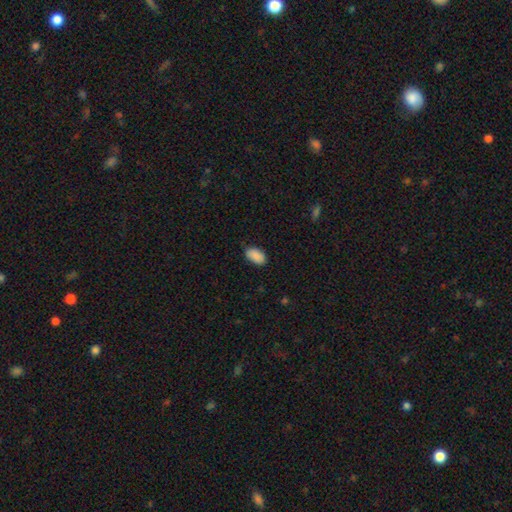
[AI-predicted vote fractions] smooth-or-featured: smooth: 90% | star or artifact: 7% | featured or disk: 3%
  how-rounded: in between: 94% | round: 4% | cigar-shaped: 2%
  merging: none: 82% | minor disturbance: 14% | major disturbance: 2% | merger: 1%